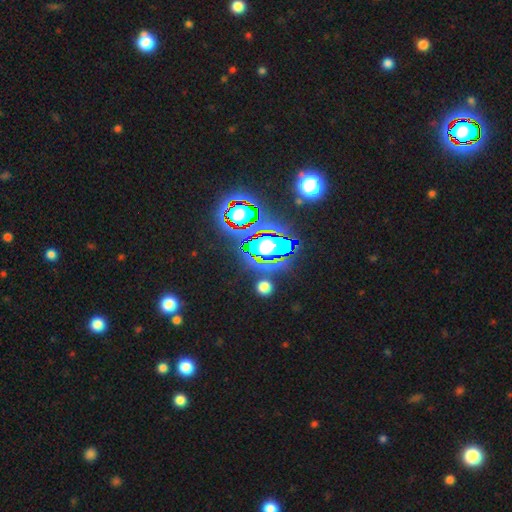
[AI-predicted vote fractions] A star or artifact, not a galaxy (64%).

Vote fractions:
- Smooth or featured? star or artifact: 64% / smooth: 20% / featured or disk: 16%